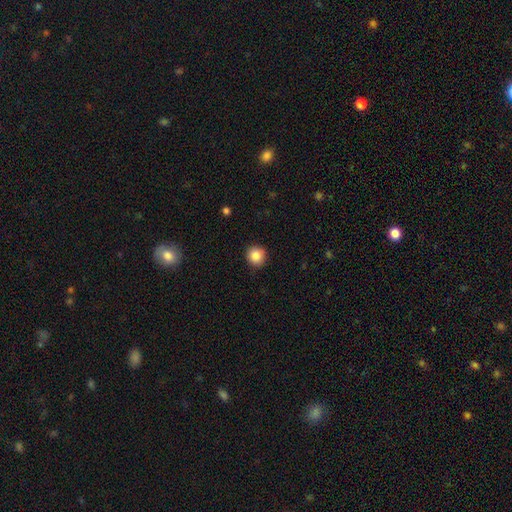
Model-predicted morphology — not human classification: Overall: smooth (86%). How rounded: round (93%). Merging: none (90%).